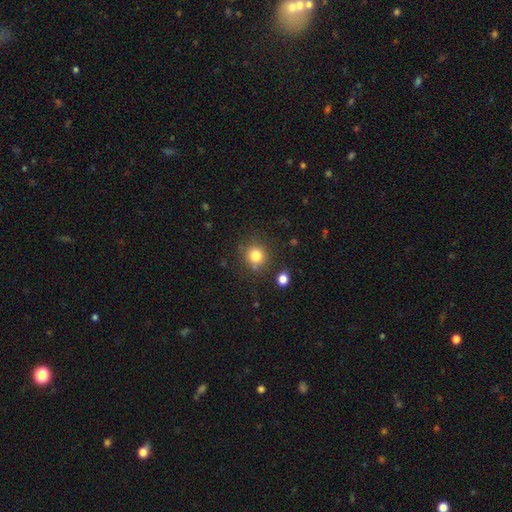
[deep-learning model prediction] smooth-or-featured: smooth: 81% | star or artifact: 12% | featured or disk: 7%
  how-rounded: round: 87% | in between: 12% | cigar-shaped: 1%
  merging: none: 80% | minor disturbance: 12% | merger: 4% | major disturbance: 4%